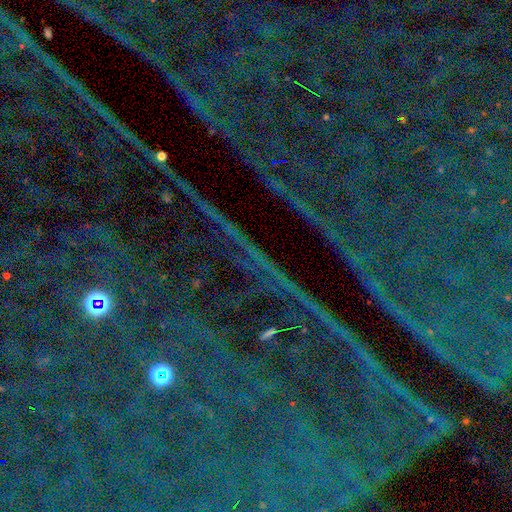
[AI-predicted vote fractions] This is clearly a star or artifact rather than a galaxy (84%).